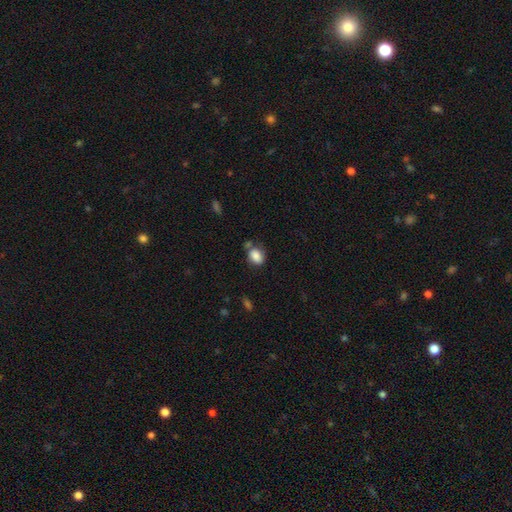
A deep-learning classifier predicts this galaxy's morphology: Q: Smooth or featured?
A: smooth (85%); runner-up: star or artifact (9%)
Q: How rounded?
A: in between (66%); runner-up: round (32%)
Q: Merging?
A: none (56%); runner-up: minor disturbance (21%)